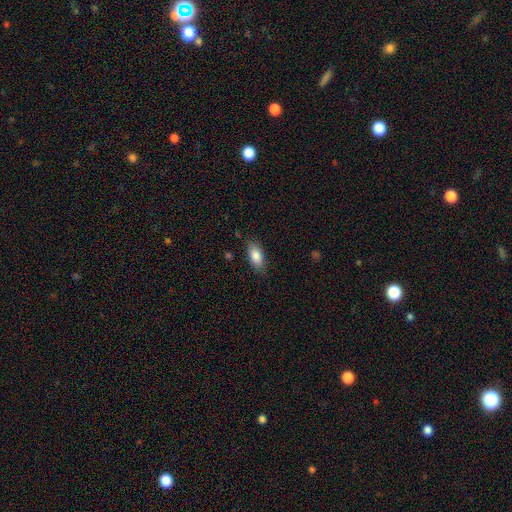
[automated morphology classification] smooth 84%, featured or disk 10%, star or artifact 7%. Down the decision tree: how rounded — in between (88%); merging — none (82%).